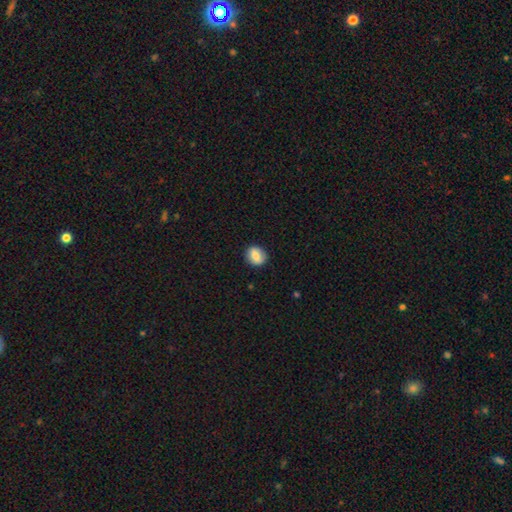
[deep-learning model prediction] Smooth or featured?
  - smooth: 78% *
  - featured or disk: 15%
  - star or artifact: 8%
How rounded?
  - round: 62% *
  - in between: 37%
  - cigar-shaped: 1%
Merging?
  - none: 87% *
  - minor disturbance: 9%
  - major disturbance: 2%
  - merger: 1%